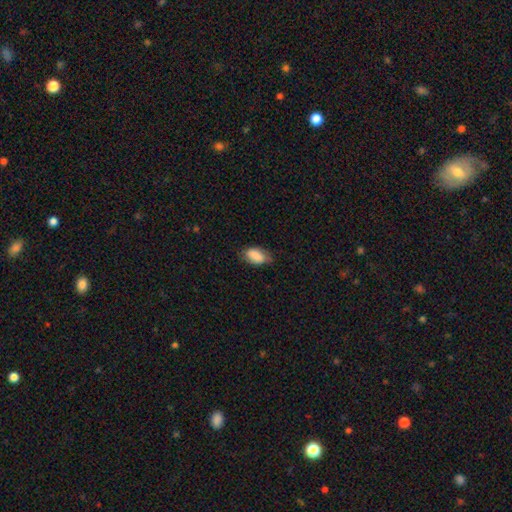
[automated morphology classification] The model was most divided on "merging": none: 67%, minor disturbance: 26%, major disturbance: 6%, merger: 1%. More confident: how rounded — in between (91%); smooth or featured — smooth (83%).